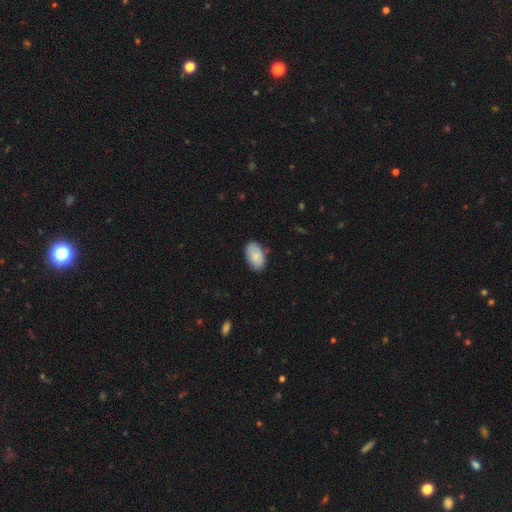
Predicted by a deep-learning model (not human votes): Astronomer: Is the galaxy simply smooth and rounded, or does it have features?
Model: smooth — 83%.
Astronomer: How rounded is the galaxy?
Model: in between — 93%.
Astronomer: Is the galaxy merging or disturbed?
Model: none — 80%.